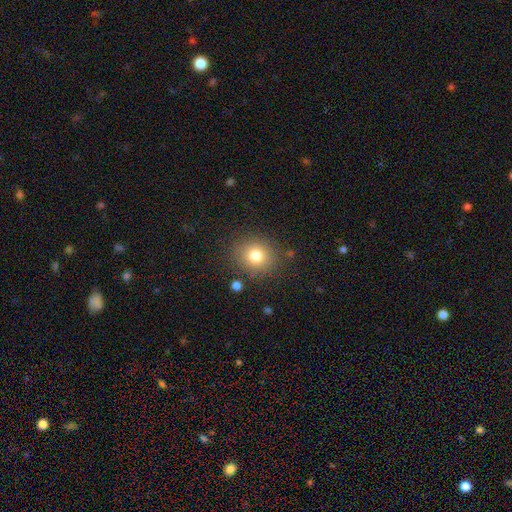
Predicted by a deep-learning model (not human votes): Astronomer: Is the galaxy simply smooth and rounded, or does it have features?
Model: smooth — 79%.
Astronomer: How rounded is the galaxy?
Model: round — 78%.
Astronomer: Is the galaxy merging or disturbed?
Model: none — 84%.